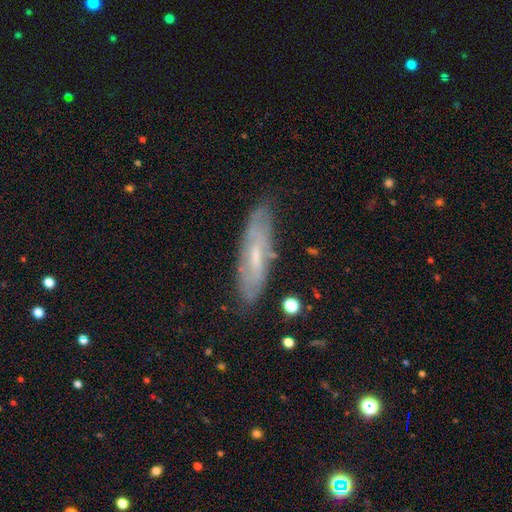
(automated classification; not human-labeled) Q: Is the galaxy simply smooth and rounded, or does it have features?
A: featured or disk — 59%.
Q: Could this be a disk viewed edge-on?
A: no — 60%.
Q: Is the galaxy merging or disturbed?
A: none — 76%.